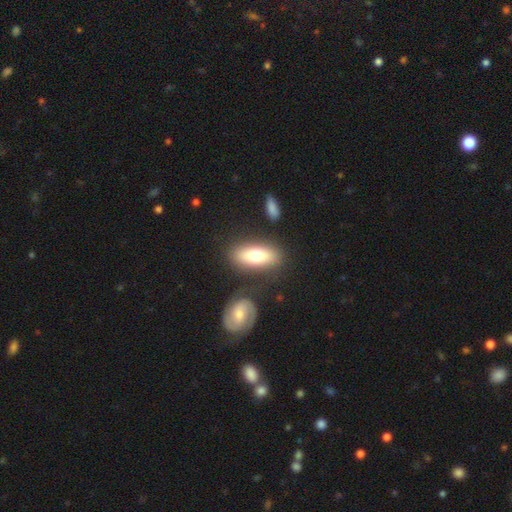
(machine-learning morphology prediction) Overall: smooth (71%). How rounded: in between (78%). Merging: none (76%).